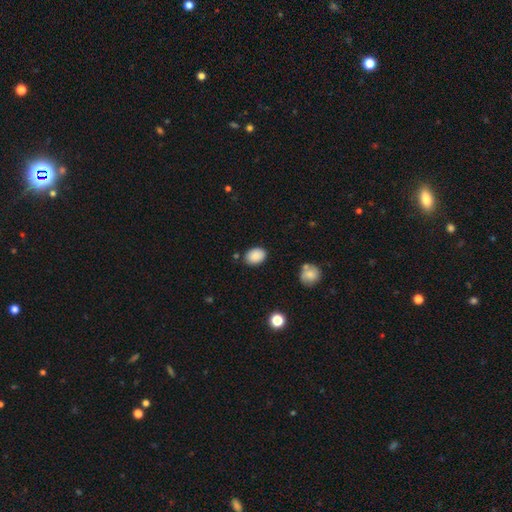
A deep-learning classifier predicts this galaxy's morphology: Overall: smooth (88%). How rounded: in between (72%). Merging: none (83%).